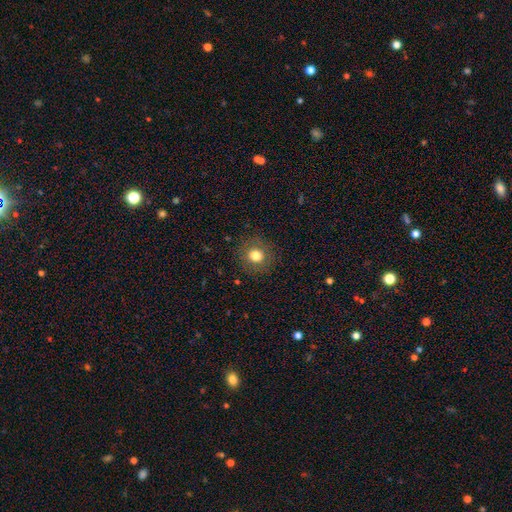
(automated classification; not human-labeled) A smooth galaxy with no disk features (78%) that is round (90%). Merging: none (88%).